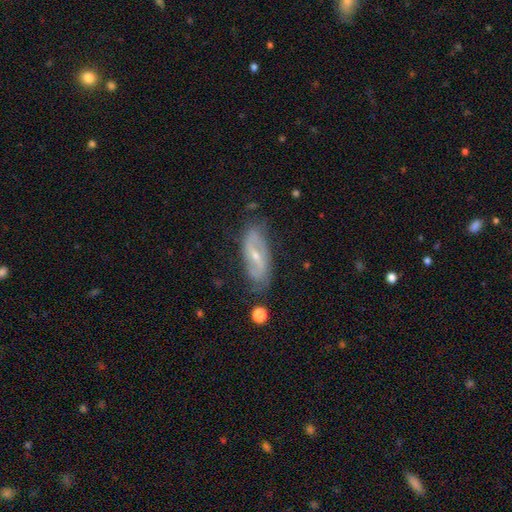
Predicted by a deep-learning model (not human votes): featured or disk 79%, smooth 15%, star or artifact 6%. Down the decision tree: edge-on disk — no (88%); bar — strong (45%); spiral arms — yes (86%); spiral arm count — 2 (84%); spiral winding — loose (40%); bulge size — small (64%); merging — none (74%).